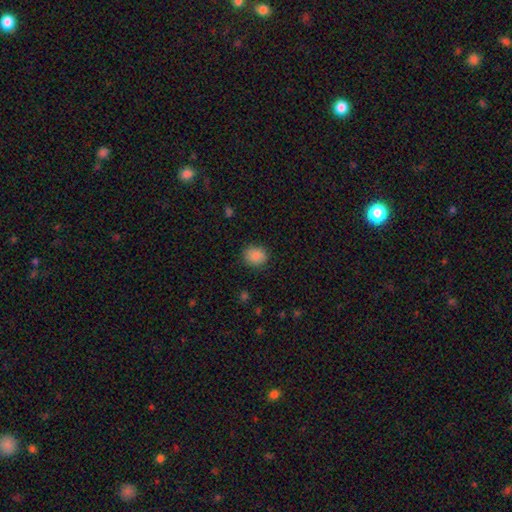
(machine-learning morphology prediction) Smooth or featured? Predicted: smooth (p=0.87). How rounded? Predicted: round (p=0.73). Merging? Predicted: none (p=0.86).